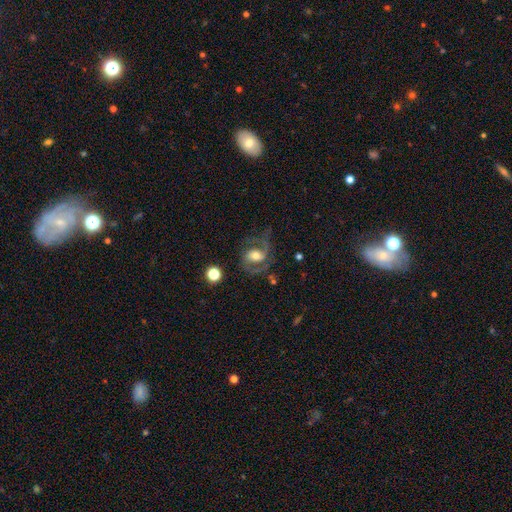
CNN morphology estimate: Overall: featured or disk (76%). Edge-on disk: no (97%). Bar: no (42%; weak 39%). Spiral arms: yes (90%). Spiral arm count: 2 (83%). Spiral winding: medium (54%; loose 28%). Bulge size: moderate (63%). Merging: none (57%; major disturbance 22%).